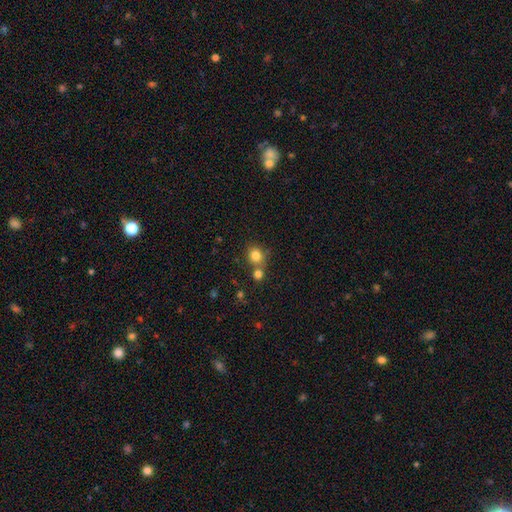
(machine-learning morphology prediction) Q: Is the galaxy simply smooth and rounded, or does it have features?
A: smooth — 82%.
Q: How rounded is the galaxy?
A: round — 80%.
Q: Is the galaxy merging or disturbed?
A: none — 60%.